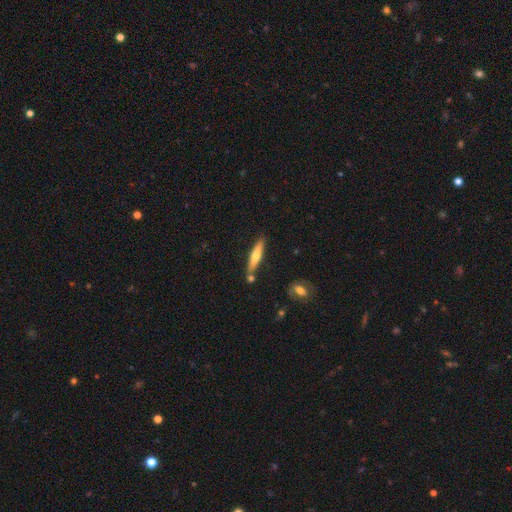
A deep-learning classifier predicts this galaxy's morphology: This appears to be a smooth galaxy with no disk features (51%) that is cigar-shaped (88%). Merging: none (80%).